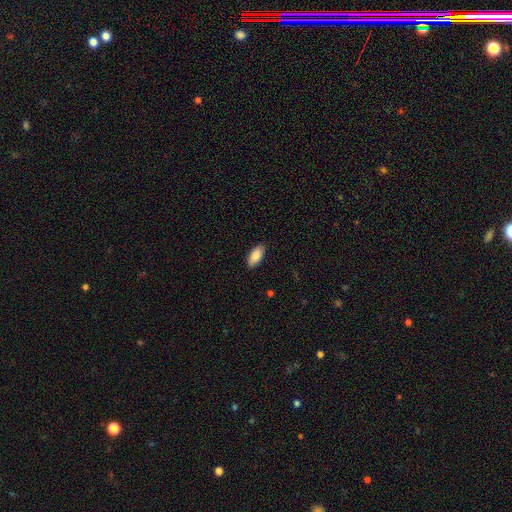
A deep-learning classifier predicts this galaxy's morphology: smooth-or-featured: smooth: 87% | featured or disk: 7% | star or artifact: 6%
  how-rounded: in between: 91% | cigar-shaped: 7% | round: 2%
  merging: none: 87% | minor disturbance: 10% | major disturbance: 2% | merger: 1%